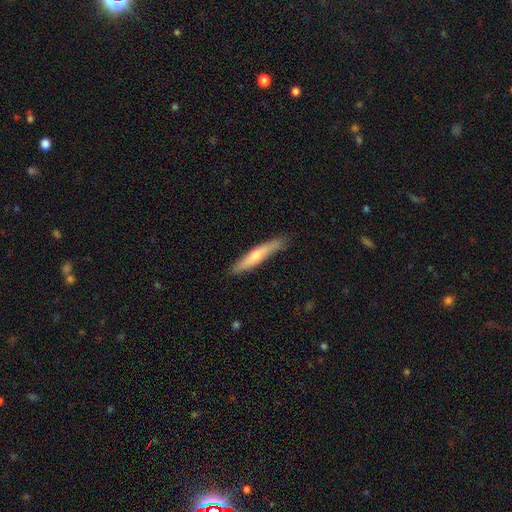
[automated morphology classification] A smooth galaxy with no disk features (60%) that is cigar-shaped (91%). Merging: none (85%).